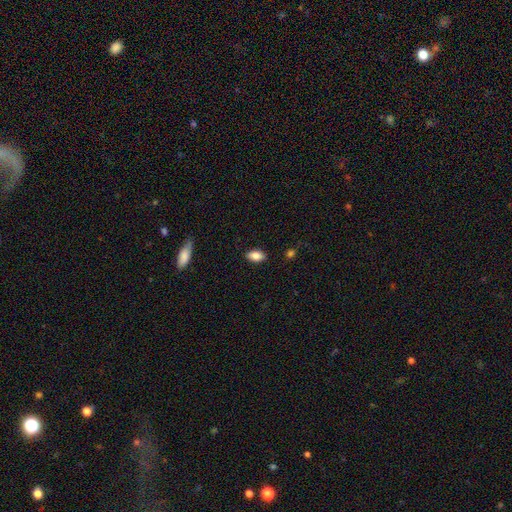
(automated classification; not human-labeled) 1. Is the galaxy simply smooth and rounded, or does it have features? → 83% smooth, 9% featured or disk, 7% star or artifact.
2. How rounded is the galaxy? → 91% in between, 5% cigar-shaped, 4% round.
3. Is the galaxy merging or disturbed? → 87% none, 9% minor disturbance, 2% major disturbance, 1% merger.